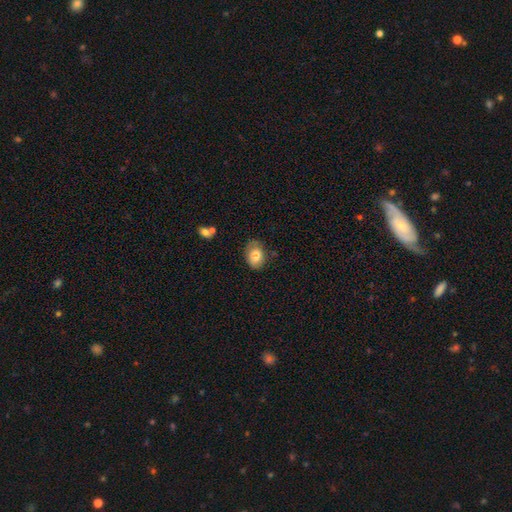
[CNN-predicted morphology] Smooth or featured?
  - smooth: 76% *
  - featured or disk: 16%
  - star or artifact: 8%
How rounded?
  - in between: 76% *
  - round: 22%
  - cigar-shaped: 1%
Merging?
  - none: 64% *
  - minor disturbance: 27%
  - major disturbance: 6%
  - merger: 3%